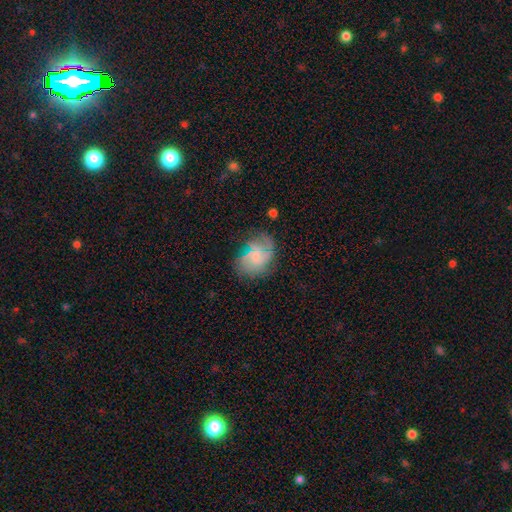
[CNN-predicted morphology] Smooth or featured: featured or disk — 44% (smooth — 43%)
Merging: none — 60% (minor disturbance — 23%)